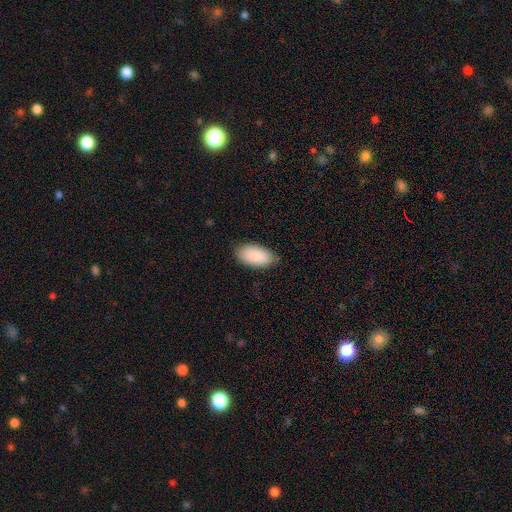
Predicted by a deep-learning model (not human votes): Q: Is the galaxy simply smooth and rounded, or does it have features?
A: smooth — 88%.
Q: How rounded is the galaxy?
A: in between — 95%.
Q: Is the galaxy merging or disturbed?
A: none — 82%.